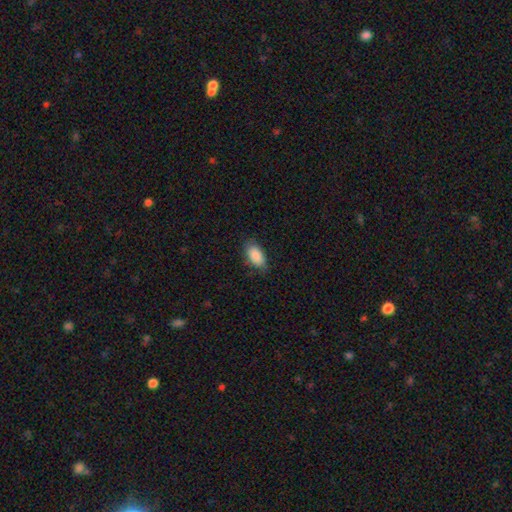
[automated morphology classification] Smooth or featured?
  - smooth: 88% *
  - star or artifact: 6%
  - featured or disk: 5%
How rounded?
  - in between: 94% *
  - round: 4%
  - cigar-shaped: 3%
Merging?
  - none: 76% *
  - minor disturbance: 19%
  - major disturbance: 4%
  - merger: 1%